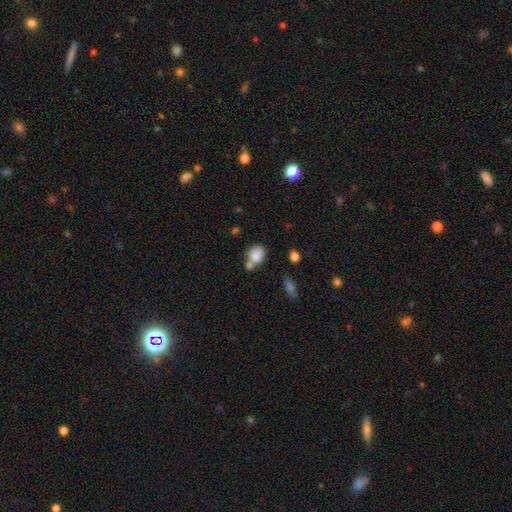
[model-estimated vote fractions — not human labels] A smooth galaxy with no disk features (84%) that is in between round and cigar-shaped (57%). Merging: none (44%).